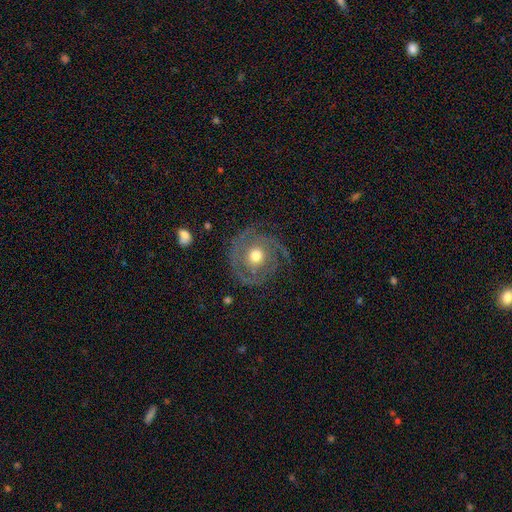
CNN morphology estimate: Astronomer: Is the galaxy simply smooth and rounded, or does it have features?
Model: featured or disk — 73%.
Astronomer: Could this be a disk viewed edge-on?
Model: no — 97%.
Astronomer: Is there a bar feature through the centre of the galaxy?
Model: no — 83%.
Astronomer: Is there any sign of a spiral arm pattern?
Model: yes — 81%.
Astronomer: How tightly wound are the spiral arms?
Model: tight — 57%.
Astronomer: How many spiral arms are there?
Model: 2 — 38% (runner-up: can't tell, 25%).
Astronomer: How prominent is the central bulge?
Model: moderate — 75%.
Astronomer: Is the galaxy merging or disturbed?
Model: none — 74%.